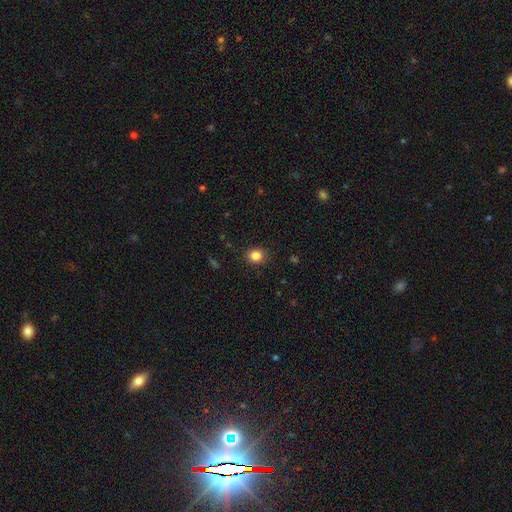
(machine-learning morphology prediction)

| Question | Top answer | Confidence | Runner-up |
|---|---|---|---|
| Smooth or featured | smooth | 84% | star or artifact (11%) |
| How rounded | round | 77% | in between (23%) |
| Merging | none | 89% | minor disturbance (8%) |